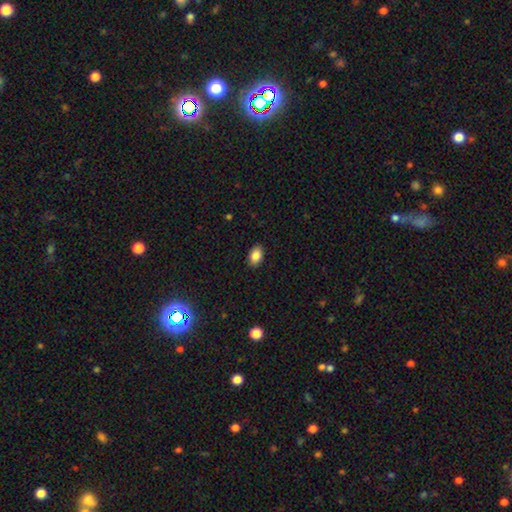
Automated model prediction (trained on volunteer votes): Q: Smooth or featured?
A: smooth (87%); runner-up: star or artifact (8%)
Q: How rounded?
A: in between (87%); runner-up: round (12%)
Q: Merging?
A: none (89%); runner-up: minor disturbance (8%)